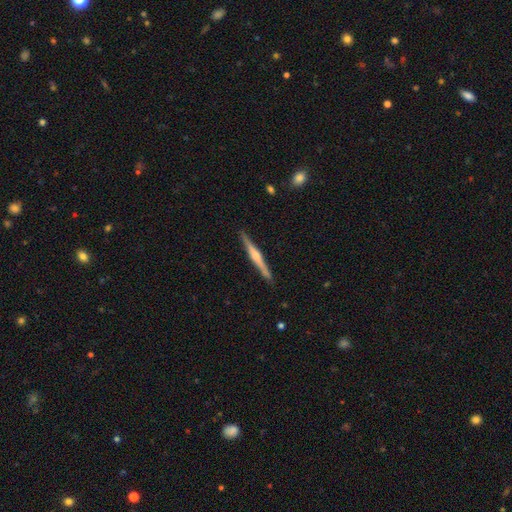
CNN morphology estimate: Overall: featured or disk (71%). Edge-on disk: yes (98%). Edge-on bulge: rounded (75%). Merging: none (91%).